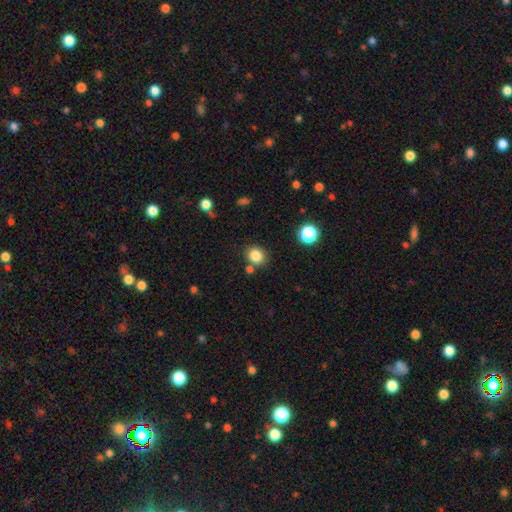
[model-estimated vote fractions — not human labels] A smooth galaxy with no disk features (84%) that is round (74%). Merging: none (79%).